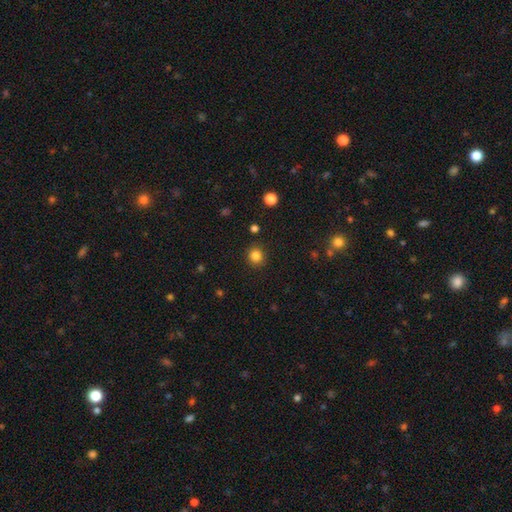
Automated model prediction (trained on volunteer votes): This is clearly a smooth galaxy (83%). How rounded: clearly round (90%). Merging: clearly none (90%).